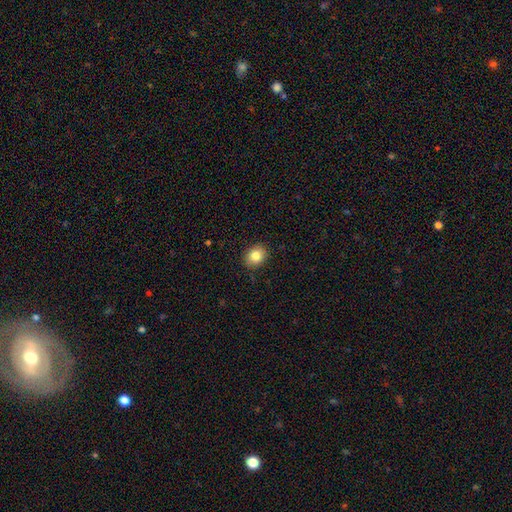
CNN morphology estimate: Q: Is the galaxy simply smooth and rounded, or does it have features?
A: smooth — 83%.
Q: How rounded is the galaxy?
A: round — 54%.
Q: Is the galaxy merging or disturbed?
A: none — 88%.